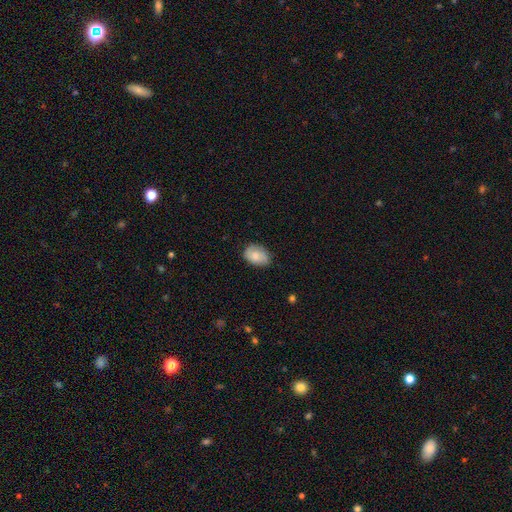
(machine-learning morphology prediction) smooth-or-featured: smooth: 73% | featured or disk: 20% | star or artifact: 7%
  how-rounded: in between: 78% | round: 21% | cigar-shaped: 1%
  merging: none: 72% | minor disturbance: 23% | major disturbance: 4% | merger: 1%